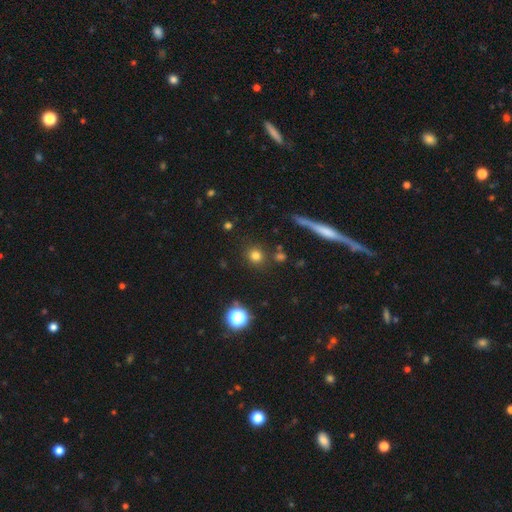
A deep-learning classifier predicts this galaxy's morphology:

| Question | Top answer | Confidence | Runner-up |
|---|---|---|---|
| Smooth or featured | smooth | 77% | star or artifact (15%) |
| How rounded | round | 90% | in between (8%) |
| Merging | none | 85% | minor disturbance (7%) |